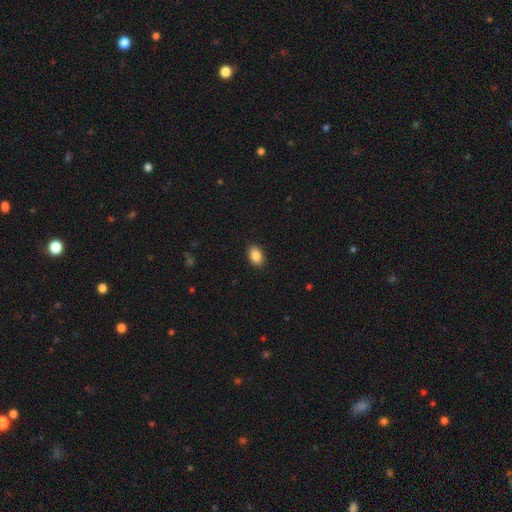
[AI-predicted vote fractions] Morphology: type=smooth (87%); roundness=in between (87%); merging=none (90%).